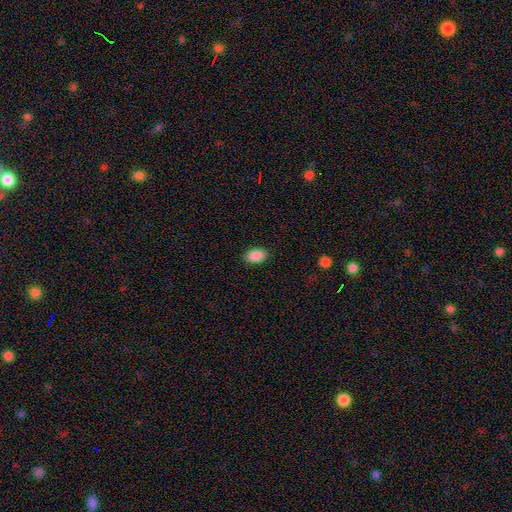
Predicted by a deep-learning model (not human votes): Smooth or featured?
  - smooth: 89% *
  - star or artifact: 7%
  - featured or disk: 4%
How rounded?
  - in between: 90% *
  - round: 9%
  - cigar-shaped: 1%
Merging?
  - none: 88% *
  - minor disturbance: 9%
  - major disturbance: 2%
  - merger: 1%